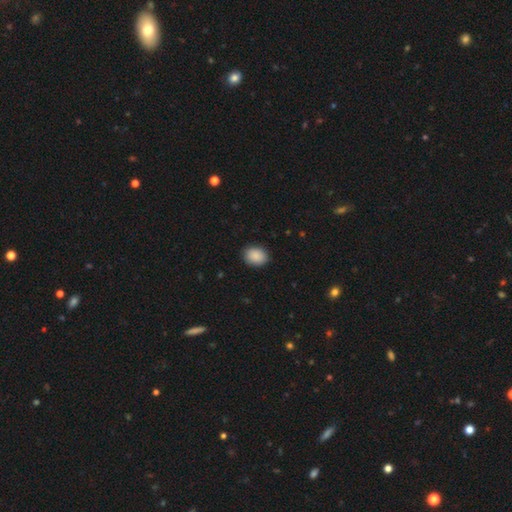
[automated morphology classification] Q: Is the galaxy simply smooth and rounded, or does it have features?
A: smooth — 90%.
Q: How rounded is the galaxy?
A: in between — 58%.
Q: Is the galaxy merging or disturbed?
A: none — 88%.